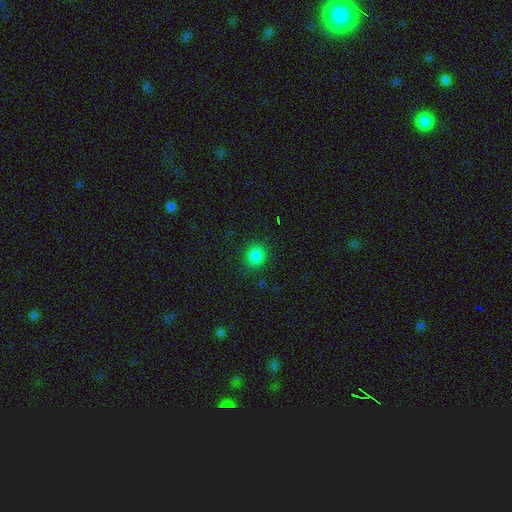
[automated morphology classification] Smooth or featured? smooth (83%)
How rounded? round (81%)
Merging? none (89%)